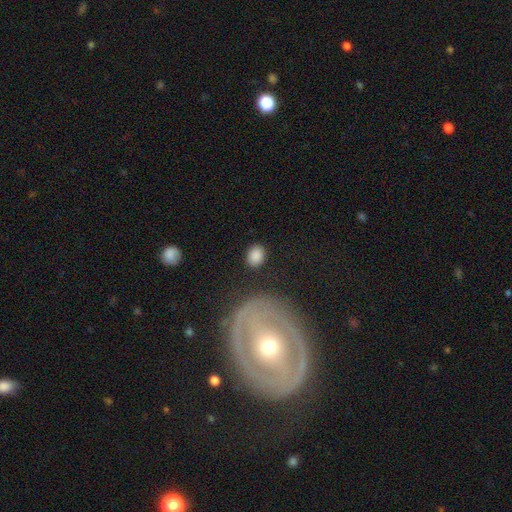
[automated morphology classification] Smooth or featured? Predicted: smooth (p=0.87). How rounded? Predicted: in between (p=0.57). Merging? Predicted: none (p=0.83).